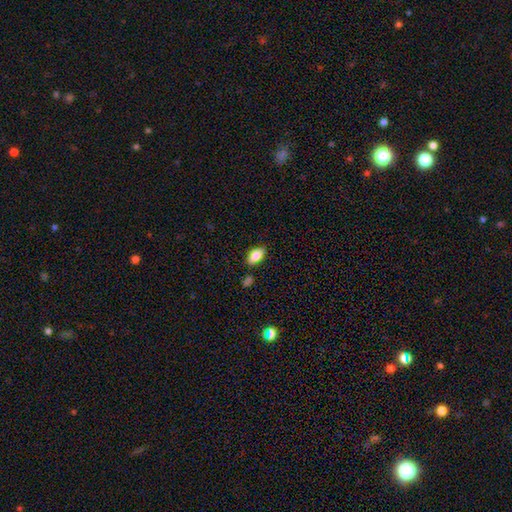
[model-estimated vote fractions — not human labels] A smooth galaxy with no disk features (84%) that is in between round and cigar-shaped (90%).

Vote fractions:
- Smooth or featured? smooth: 84% / featured or disk: 8% / star or artifact: 8%
- How rounded? in between: 90% / round: 5% / cigar-shaped: 4%
- Merging? none: 80% / minor disturbance: 14% / merger: 3% / major disturbance: 3%